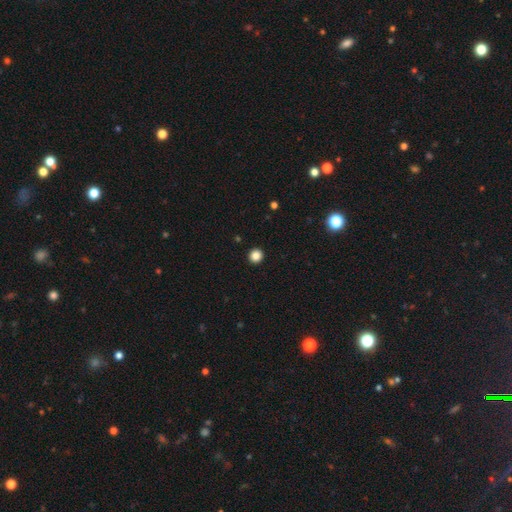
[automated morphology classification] This is clearly a smooth galaxy (86%). How rounded: clearly round (94%). Merging: clearly none (94%).